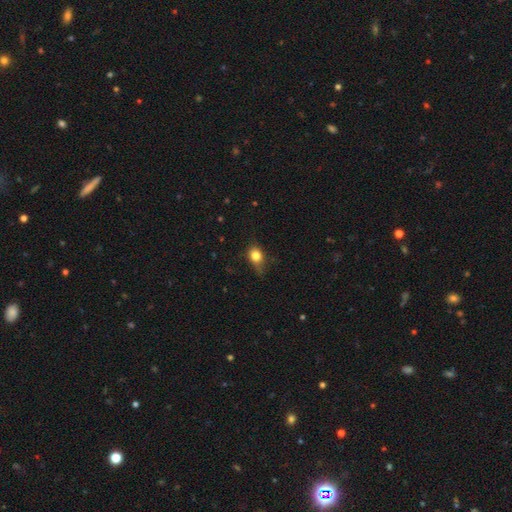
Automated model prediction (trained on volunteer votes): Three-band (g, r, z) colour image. It shows a smooth galaxy with no disk features (79%) that is round (55%). Merging: none (51%).